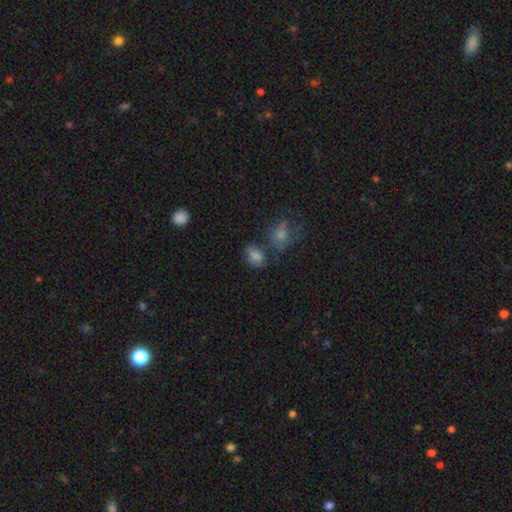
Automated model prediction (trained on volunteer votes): Smooth or featured? smooth (79%)
How rounded? in between (71%)
Merging? none (55%)